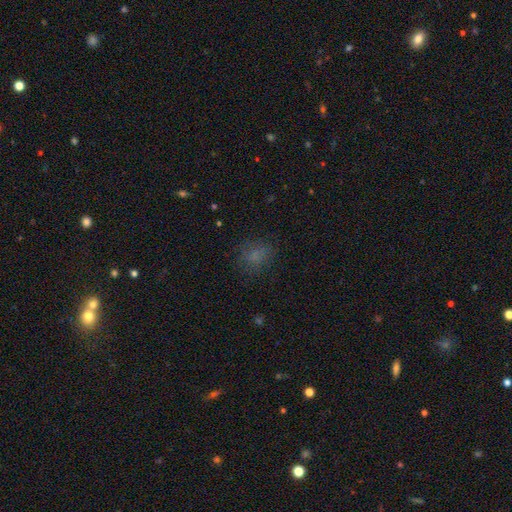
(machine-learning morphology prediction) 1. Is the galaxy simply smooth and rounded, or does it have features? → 69% smooth, 20% star or artifact, 11% featured or disk.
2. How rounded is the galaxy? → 52% round, 46% in between, 2% cigar-shaped.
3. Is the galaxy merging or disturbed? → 72% none, 17% minor disturbance, 9% major disturbance, 2% merger.